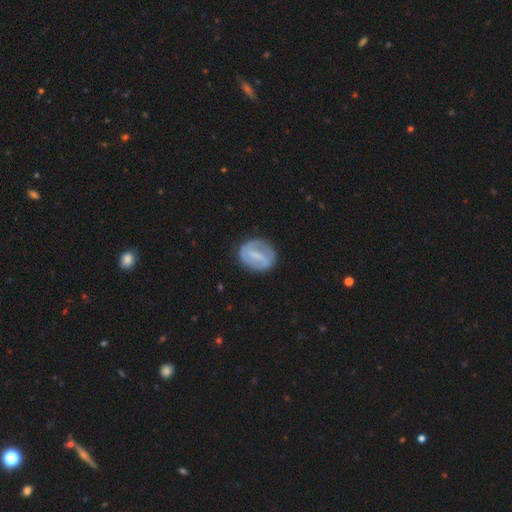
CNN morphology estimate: Smooth or featured: featured or disk — 64% (smooth — 30%)
Edge-on disk: no — 96% (yes — 4%)
Bar: strong — 53% (weak — 36%)
Spiral arms: yes — 65% (no — 35%)
Bulge size: small — 45% (none — 29%)
Merging: none — 79% (minor disturbance — 15%)